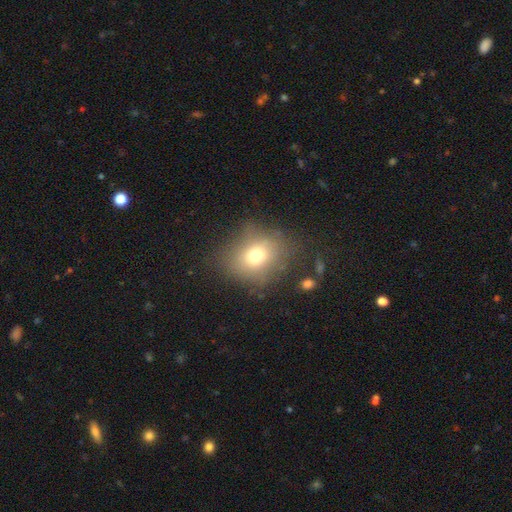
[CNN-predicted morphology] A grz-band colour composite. It shows a smooth galaxy with no disk features (71%) that is round (57%). Merging: none (68%).